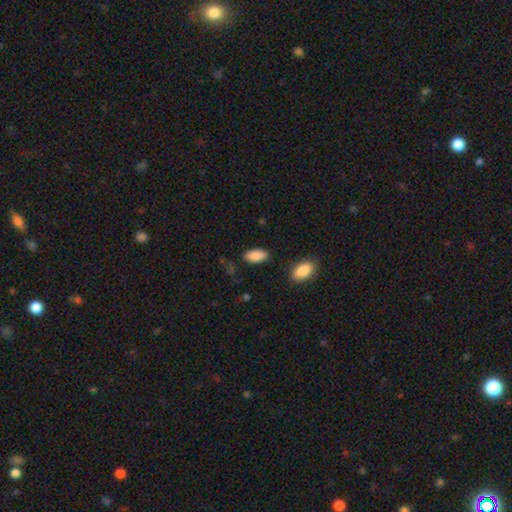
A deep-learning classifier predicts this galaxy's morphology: Smooth or featured? smooth (89%)
How rounded? in between (94%)
Merging? none (85%)